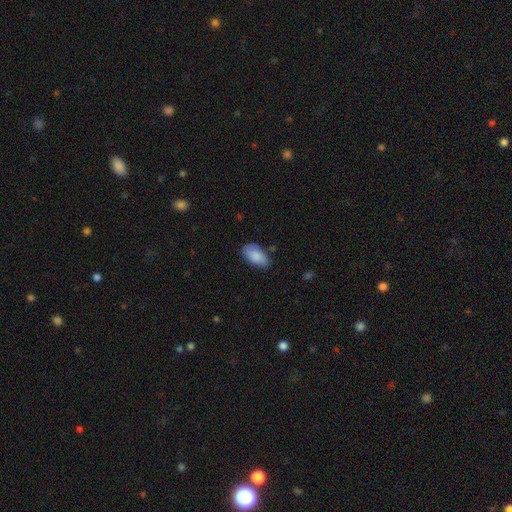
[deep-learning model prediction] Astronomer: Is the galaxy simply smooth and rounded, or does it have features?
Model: smooth — 83%.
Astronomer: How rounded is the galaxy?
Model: in between — 94%.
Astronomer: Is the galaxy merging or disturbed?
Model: none — 70%.